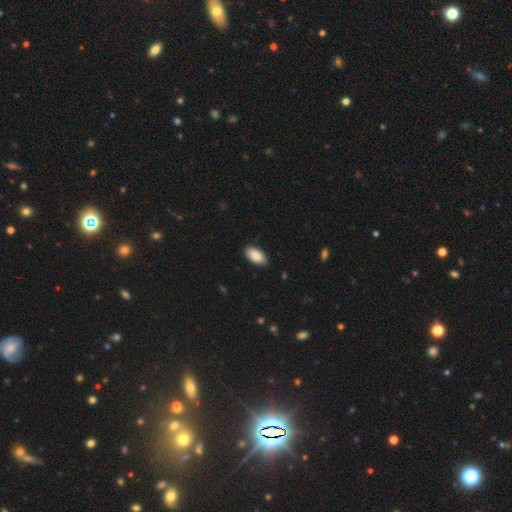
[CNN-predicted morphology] Overall: smooth (89%). How rounded: in between (95%). Merging: none (87%).